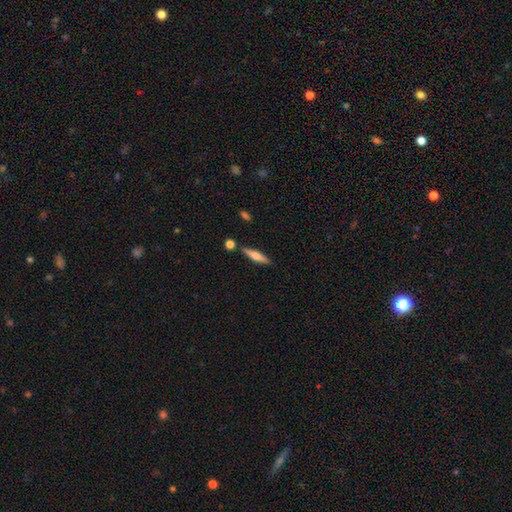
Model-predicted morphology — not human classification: smooth-or-featured: featured or disk: 48% | smooth: 46% | star or artifact: 6%
  merging: none: 84% | minor disturbance: 9% | merger: 6% | major disturbance: 2%